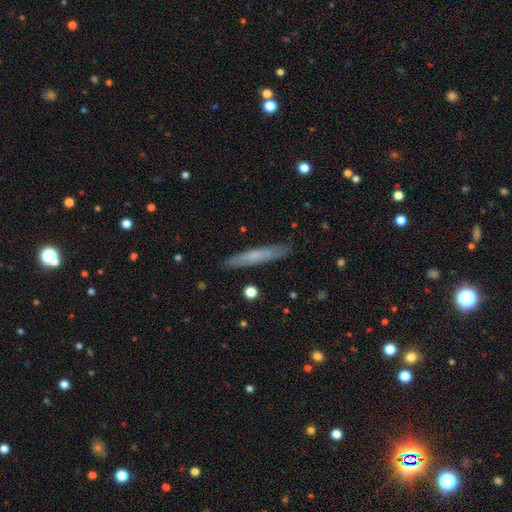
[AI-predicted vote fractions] smooth_or_featured: smooth (p=0.59) [alt: featured or disk p=0.35]
how_rounded: cigar-shaped (p=0.94) [alt: in between p=0.05]
merging: none (p=0.87) [alt: minor disturbance p=0.10]